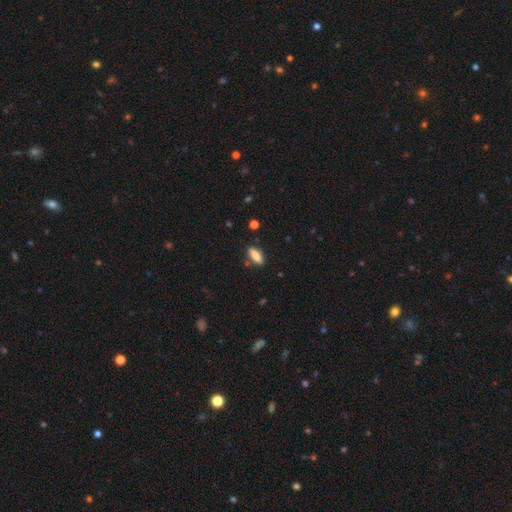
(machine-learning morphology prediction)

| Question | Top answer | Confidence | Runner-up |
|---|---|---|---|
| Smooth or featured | smooth | 81% | featured or disk (12%) |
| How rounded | in between | 66% | cigar-shaped (32%) |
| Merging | none | 84% | minor disturbance (11%) |